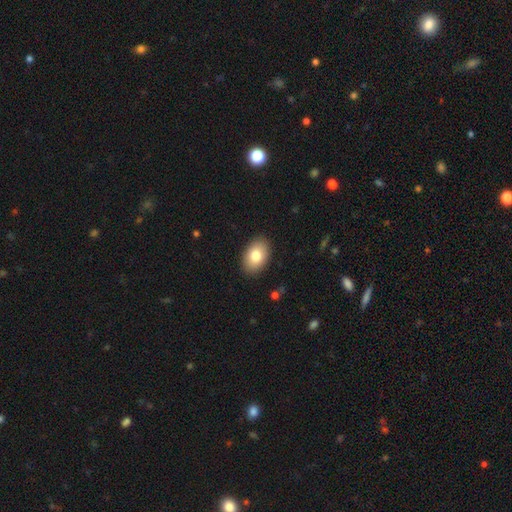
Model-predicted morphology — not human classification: This appears to be a smooth galaxy with no disk features (82%) that is in between round and cigar-shaped (88%). Merging: none (89%).